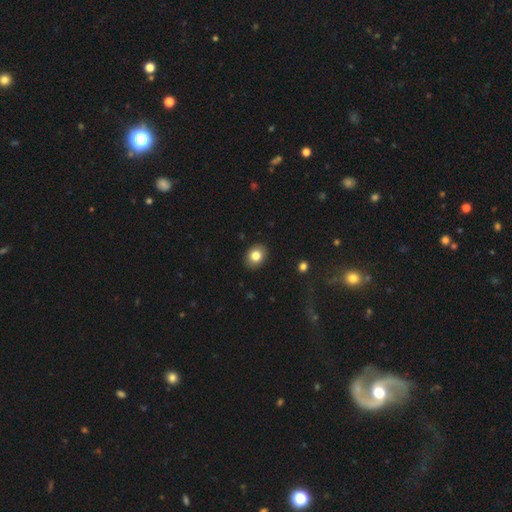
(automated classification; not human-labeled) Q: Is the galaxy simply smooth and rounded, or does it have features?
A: smooth — 82%.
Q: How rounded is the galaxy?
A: round — 53%.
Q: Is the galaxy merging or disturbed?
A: none — 89%.